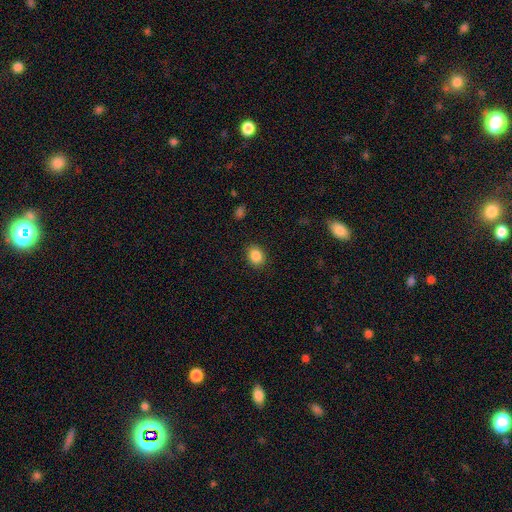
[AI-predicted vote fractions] Morphology: type=smooth (86%); roundness=in between (51%); merging=none (89%).